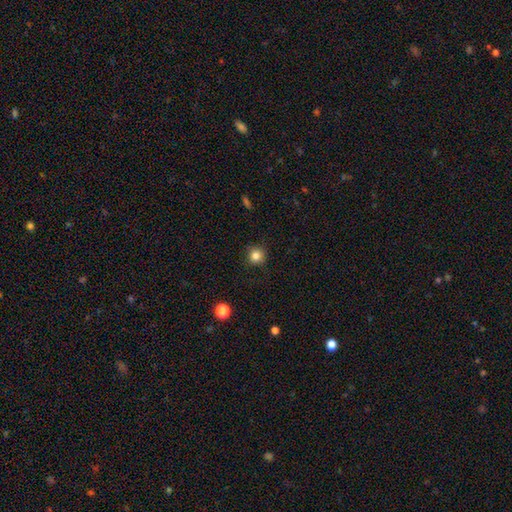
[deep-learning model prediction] Q: Smooth or featured?
A: smooth (84%); runner-up: star or artifact (12%)
Q: How rounded?
A: round (93%); runner-up: in between (6%)
Q: Merging?
A: none (88%); runner-up: minor disturbance (8%)